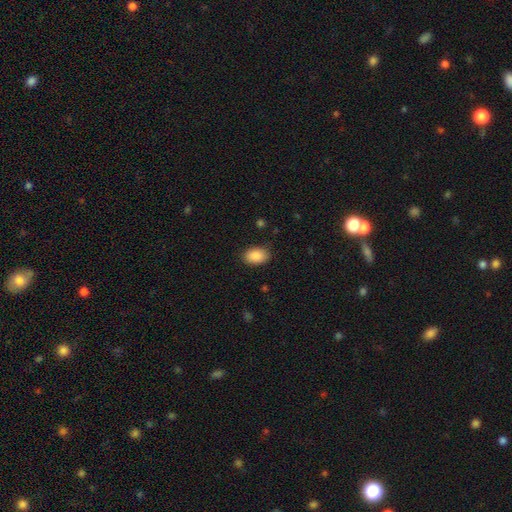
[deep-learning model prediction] Smooth or featured?
  - smooth: 89% *
  - star or artifact: 7%
  - featured or disk: 4%
How rounded?
  - in between: 85% *
  - round: 14%
  - cigar-shaped: 1%
Merging?
  - none: 85% *
  - minor disturbance: 11%
  - major disturbance: 3%
  - merger: 1%